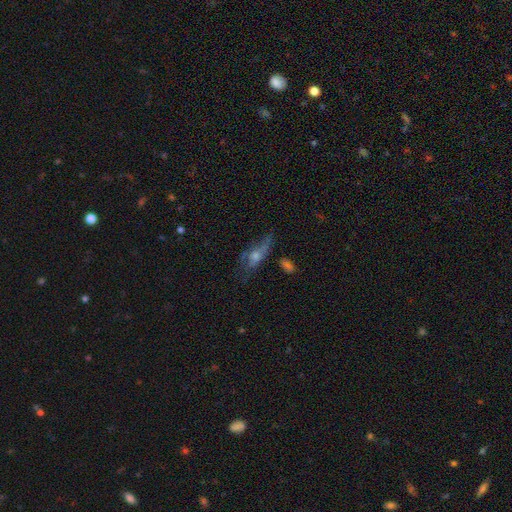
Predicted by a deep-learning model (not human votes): This is possibly a featured or disk galaxy (53%). It is likely not viewed edge-on (65%). Merging: marginally none (44%).